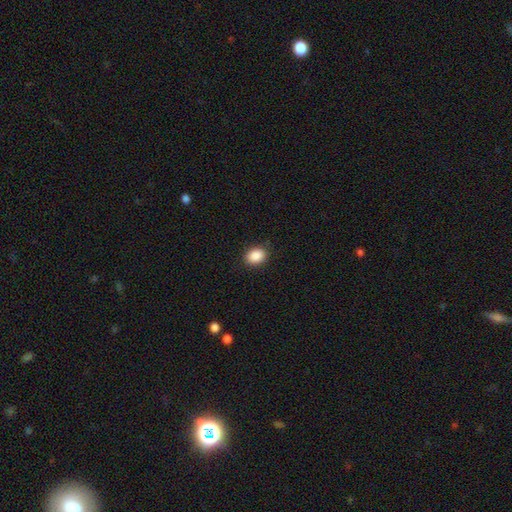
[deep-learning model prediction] The model was most divided on "how rounded": in between: 63%, round: 36%, cigar-shaped: 1%. More confident: smooth or featured — smooth (89%); merging — none (87%).